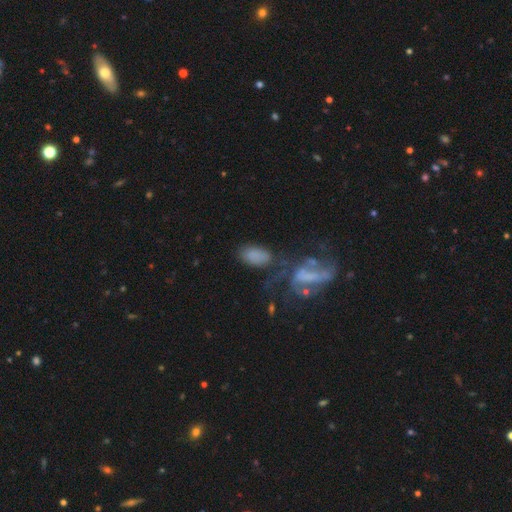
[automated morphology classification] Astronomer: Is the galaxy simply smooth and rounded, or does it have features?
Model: smooth — 73%.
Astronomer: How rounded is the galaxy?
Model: in between — 91%.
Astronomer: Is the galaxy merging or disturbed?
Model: none — 47%.